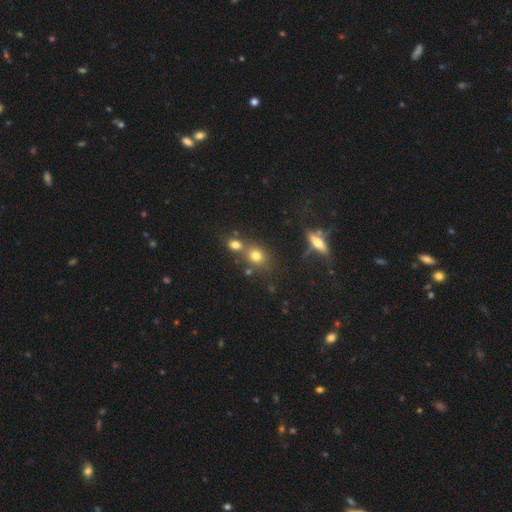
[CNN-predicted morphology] Smooth or featured: smooth — 73% (star or artifact — 15%)
How rounded: round — 70% (in between — 28%)
Merging: none — 55% (merger — 32%)